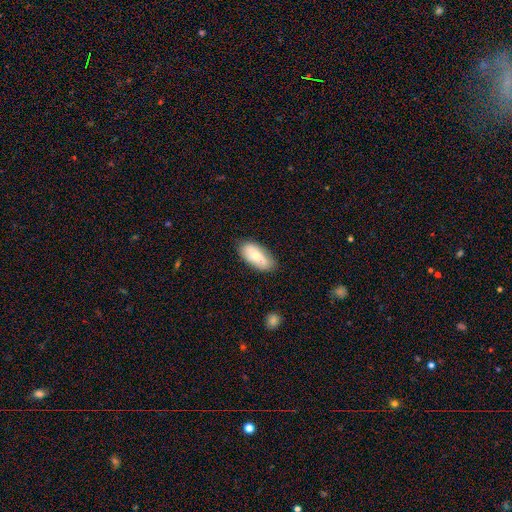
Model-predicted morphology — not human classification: A smooth galaxy with no disk features (64%) that is in between round and cigar-shaped (89%). Merging: none (76%).